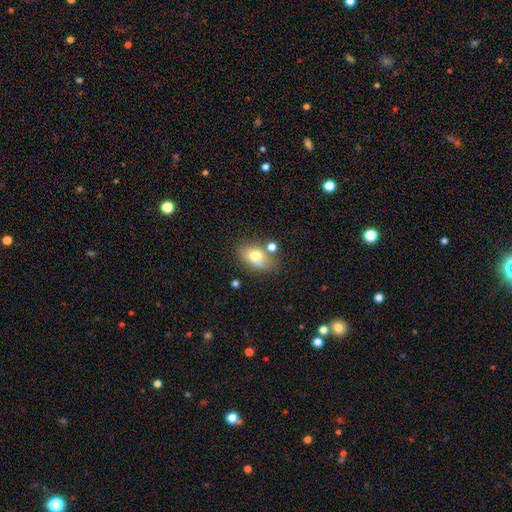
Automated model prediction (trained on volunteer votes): smooth-or-featured: smooth: 68% | featured or disk: 22% | star or artifact: 10%
  how-rounded: in between: 82% | round: 15% | cigar-shaped: 3%
  merging: none: 63% | minor disturbance: 17% | merger: 14% | major disturbance: 6%